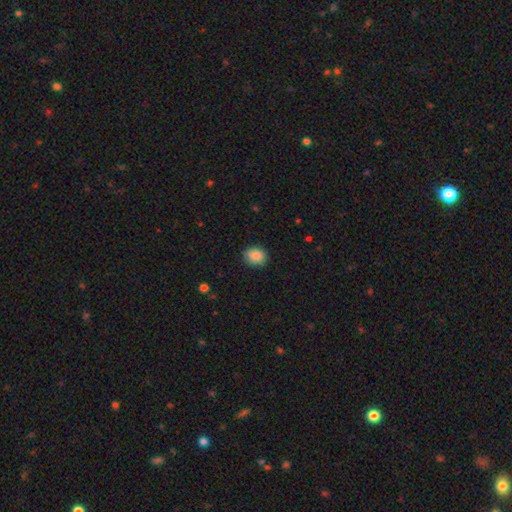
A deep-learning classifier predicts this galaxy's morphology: A smooth galaxy with no disk features (87%) that is round (57%). Merging: none (80%).